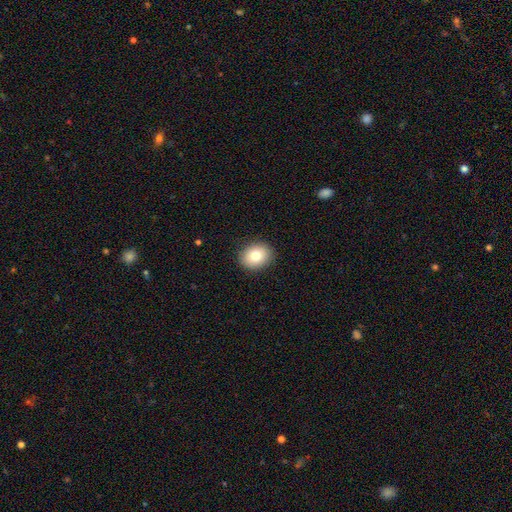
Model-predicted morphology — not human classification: A smooth galaxy with no disk features (78%) that is round (53%). Merging: none (89%).